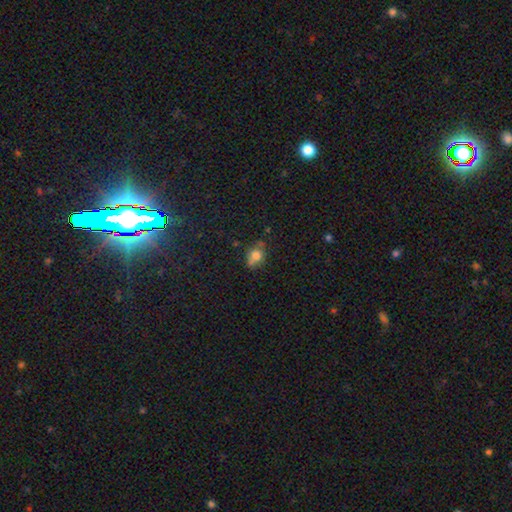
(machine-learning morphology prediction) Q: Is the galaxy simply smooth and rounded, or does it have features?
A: smooth — 73%.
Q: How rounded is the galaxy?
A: round — 55%.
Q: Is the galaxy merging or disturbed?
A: none — 55%.